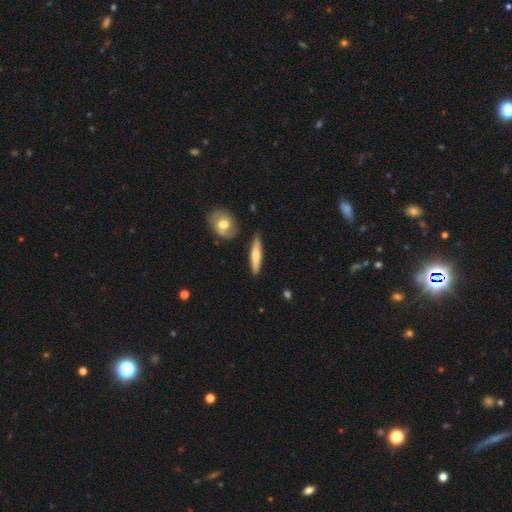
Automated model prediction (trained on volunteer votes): Smooth or featured?
  - smooth: 61% *
  - featured or disk: 33%
  - star or artifact: 6%
How rounded?
  - cigar-shaped: 82% *
  - in between: 15%
  - round: 2%
Merging?
  - none: 84% *
  - minor disturbance: 11%
  - merger: 3%
  - major disturbance: 2%